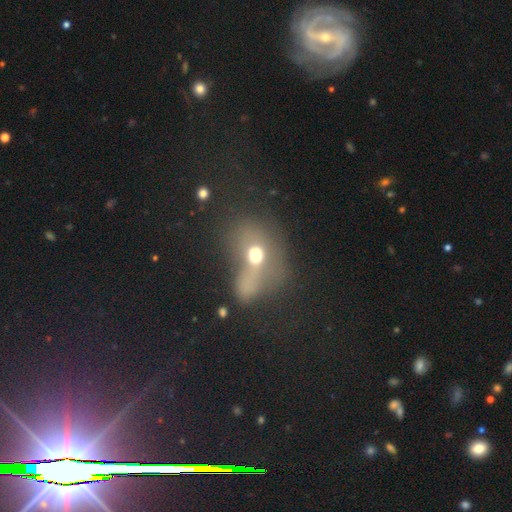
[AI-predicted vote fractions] Overall: smooth (51%; featured or disk 31%). How rounded: in between (56%; round 41%). Merging: major disturbance (40%; none 26%).